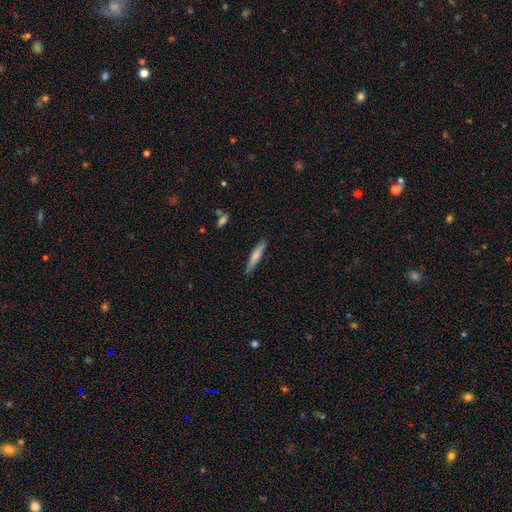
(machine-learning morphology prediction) This is likely a smooth galaxy (70%). How rounded: clearly cigar-shaped (87%). Merging: clearly none (84%).